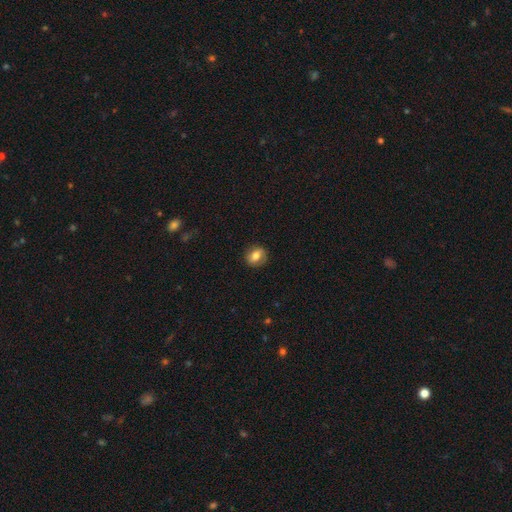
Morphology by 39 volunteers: This is likely a smooth galaxy (64%). How rounded: likely round (72%). Merging: likely none (78%).